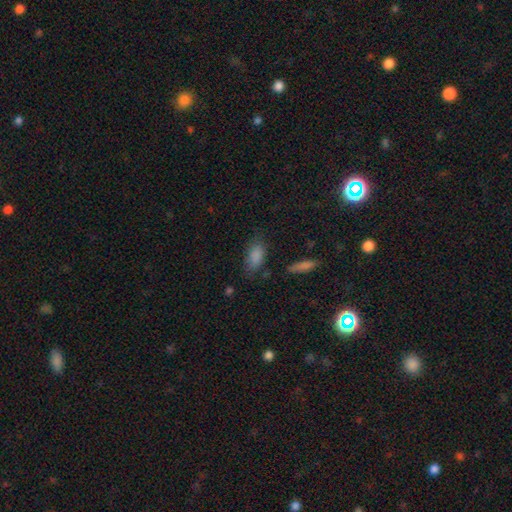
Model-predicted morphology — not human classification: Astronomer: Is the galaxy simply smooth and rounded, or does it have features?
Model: smooth — 85%.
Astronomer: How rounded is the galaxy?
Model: in between — 89%.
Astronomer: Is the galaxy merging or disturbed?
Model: none — 71%.